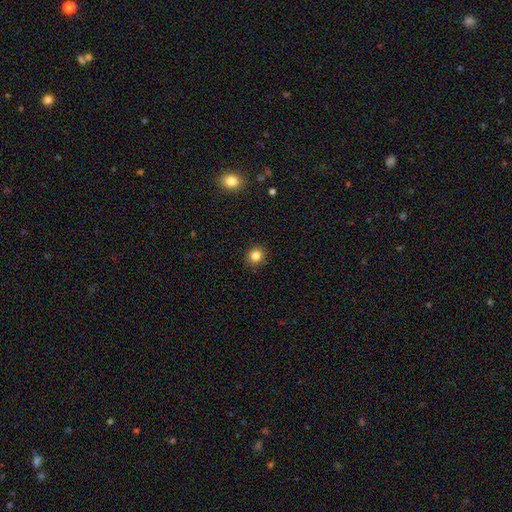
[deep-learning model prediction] Smooth or featured? Predicted: smooth (p=0.83). How rounded? Predicted: round (p=0.88). Merging? Predicted: none (p=0.91).